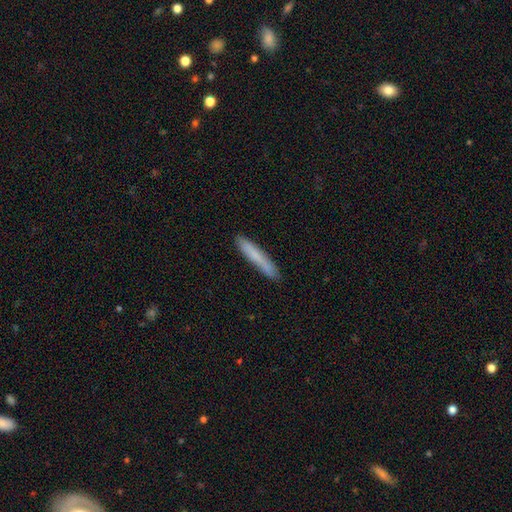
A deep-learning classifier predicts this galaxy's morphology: Smooth or featured: smooth — 76% (featured or disk — 18%)
How rounded: cigar-shaped — 95% (in between — 4%)
Merging: none — 86% (minor disturbance — 10%)